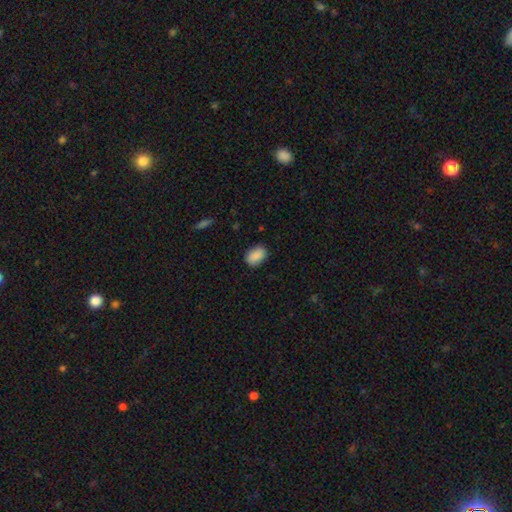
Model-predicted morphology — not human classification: smooth-or-featured: smooth: 88% | star or artifact: 7% | featured or disk: 4%
  how-rounded: in between: 82% | round: 16% | cigar-shaped: 2%
  merging: none: 82% | minor disturbance: 14% | major disturbance: 3% | merger: 1%